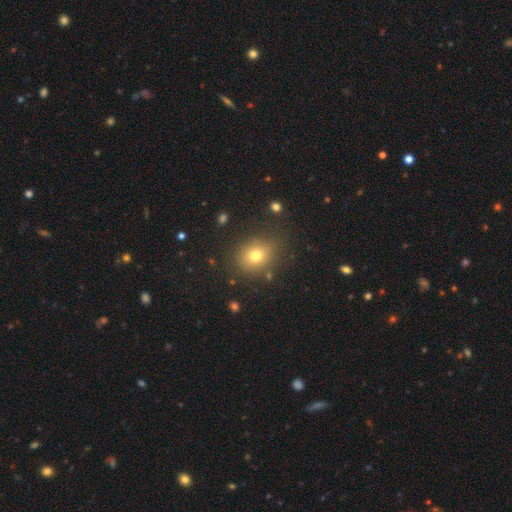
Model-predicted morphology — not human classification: This appears to be a smooth galaxy with no disk features (73%) that is round (61%). Merging: none (80%).